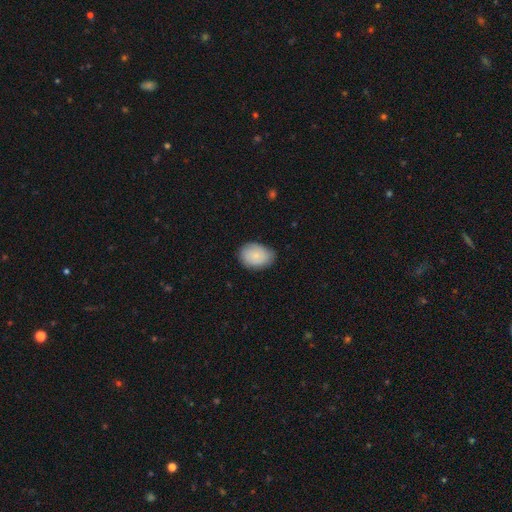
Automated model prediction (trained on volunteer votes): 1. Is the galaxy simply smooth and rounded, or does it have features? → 84% smooth, 9% featured or disk, 6% star or artifact.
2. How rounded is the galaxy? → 75% in between, 24% round, 1% cigar-shaped.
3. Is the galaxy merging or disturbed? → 76% none, 20% minor disturbance, 3% major disturbance, 1% merger.